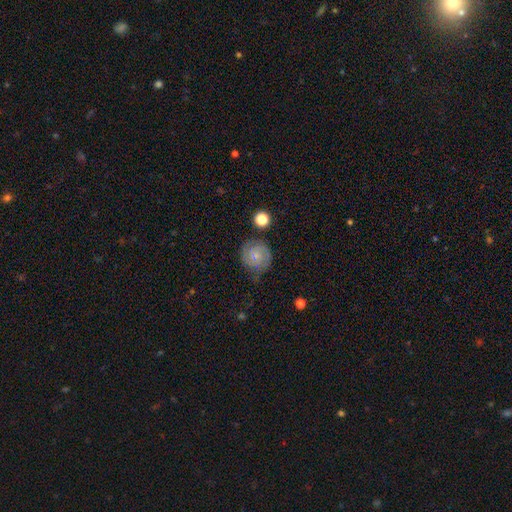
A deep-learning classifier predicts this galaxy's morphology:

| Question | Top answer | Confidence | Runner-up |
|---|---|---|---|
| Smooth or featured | smooth | 54% | featured or disk (37%) |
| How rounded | round | 88% | in between (11%) |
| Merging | none | 62% | minor disturbance (25%) |